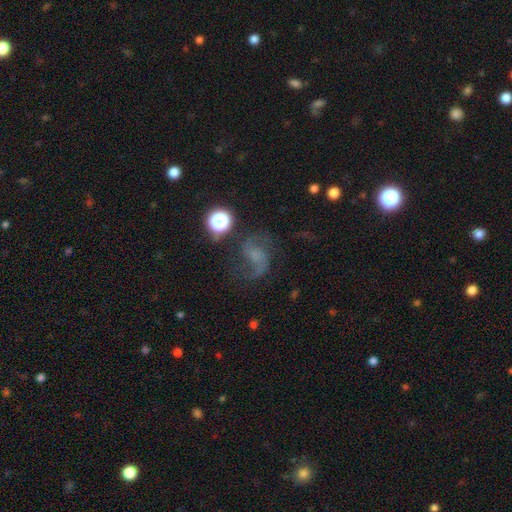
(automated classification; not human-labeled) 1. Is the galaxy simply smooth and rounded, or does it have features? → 66% featured or disk, 17% smooth, 17% star or artifact.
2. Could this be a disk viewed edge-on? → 98% no, 2% yes.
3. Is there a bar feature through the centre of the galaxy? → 56% no, 35% weak, 8% strong.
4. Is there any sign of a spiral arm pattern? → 92% yes, 8% no.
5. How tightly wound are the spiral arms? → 58% loose, 35% medium, 7% tight.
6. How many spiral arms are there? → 84% 2, 7% 1, 5% can't tell, 2% 3, 1% 4, 1% more than 4.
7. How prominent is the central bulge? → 41% none, 34% small, 18% moderate, 5% large, 2% dominant.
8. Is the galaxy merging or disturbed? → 57% none, 20% major disturbance, 19% minor disturbance, 4% merger.